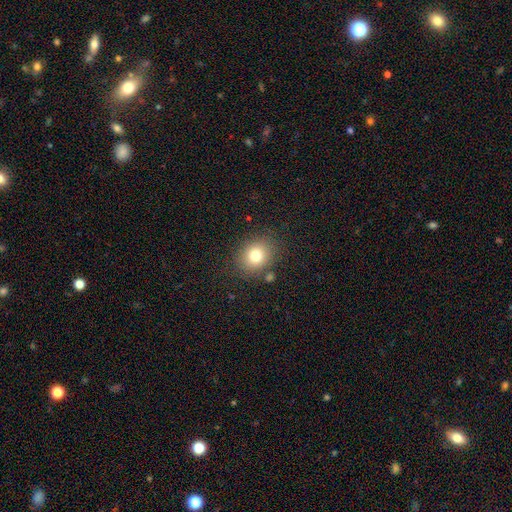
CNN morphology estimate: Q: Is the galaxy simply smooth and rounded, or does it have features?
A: smooth — 78%.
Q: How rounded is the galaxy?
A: round — 62%.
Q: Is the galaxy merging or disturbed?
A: none — 81%.